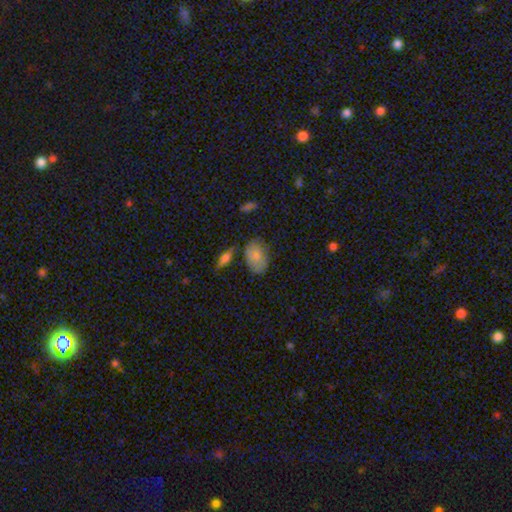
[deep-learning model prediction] Overall: smooth (79%). How rounded: in between (86%). Merging: none (66%).